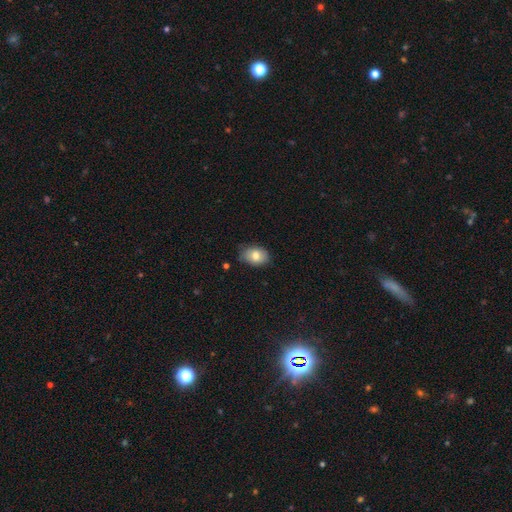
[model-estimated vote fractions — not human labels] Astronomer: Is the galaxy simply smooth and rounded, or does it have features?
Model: smooth — 78%.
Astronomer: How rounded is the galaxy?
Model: in between — 73%.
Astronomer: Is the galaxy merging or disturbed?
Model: none — 75%.